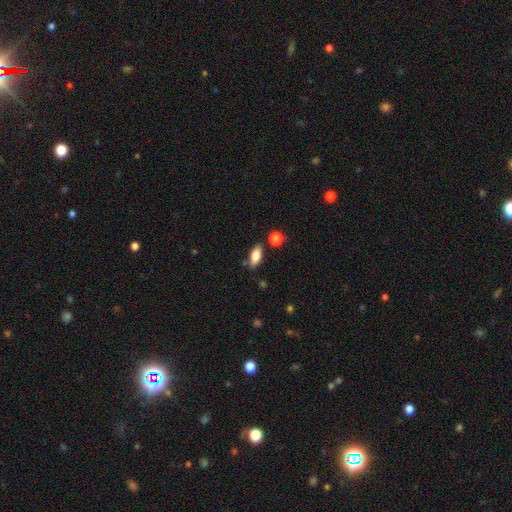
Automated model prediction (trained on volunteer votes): Smooth or featured? smooth (82%)
How rounded? in between (82%)
Merging? none (78%)